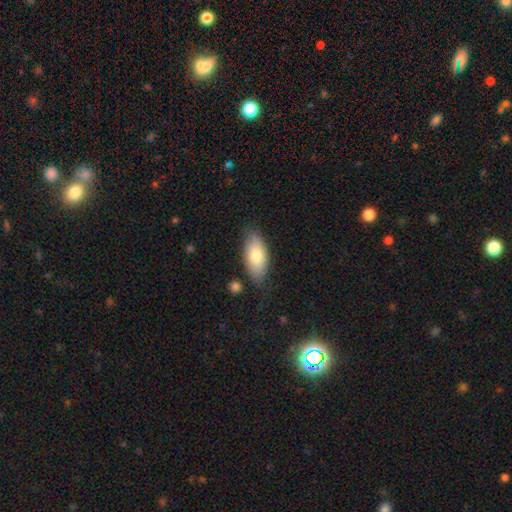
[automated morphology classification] Smooth or featured: smooth — 75% (featured or disk — 19%)
How rounded: in between — 89% (cigar-shaped — 8%)
Merging: none — 74% (minor disturbance — 19%)